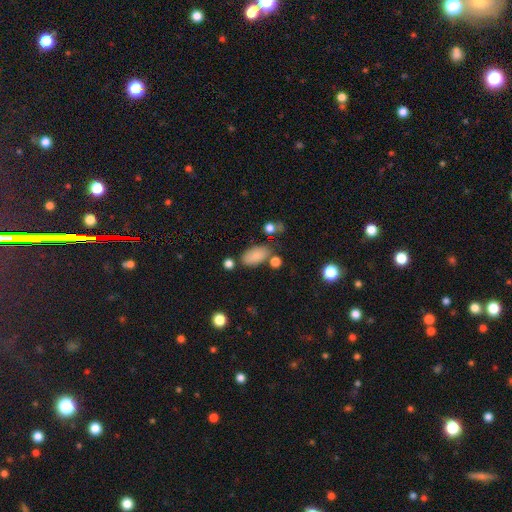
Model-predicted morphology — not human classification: Q: Smooth or featured?
A: smooth (84%); runner-up: star or artifact (10%)
Q: How rounded?
A: in between (92%); runner-up: round (4%)
Q: Merging?
A: none (69%); runner-up: minor disturbance (17%)